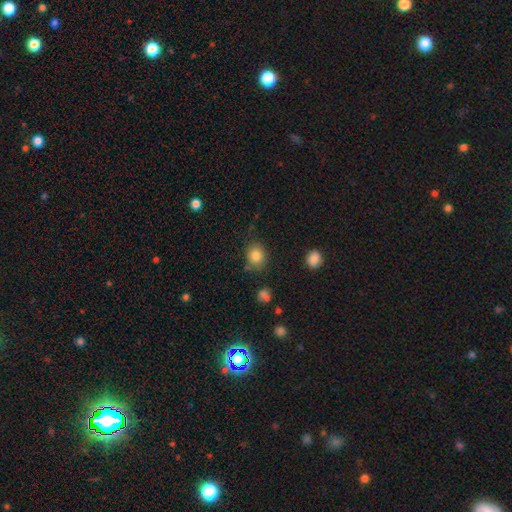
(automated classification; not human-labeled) Morphology: type=smooth (84%); roundness=round (61%); merging=none (77%).